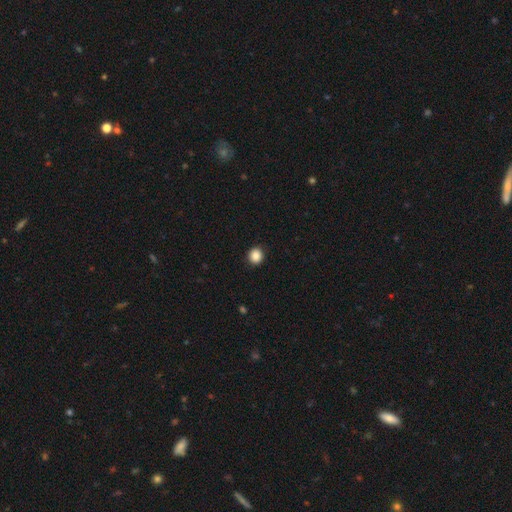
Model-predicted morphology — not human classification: This is clearly a smooth galaxy (87%). How rounded: clearly round (85%). Merging: clearly none (92%).